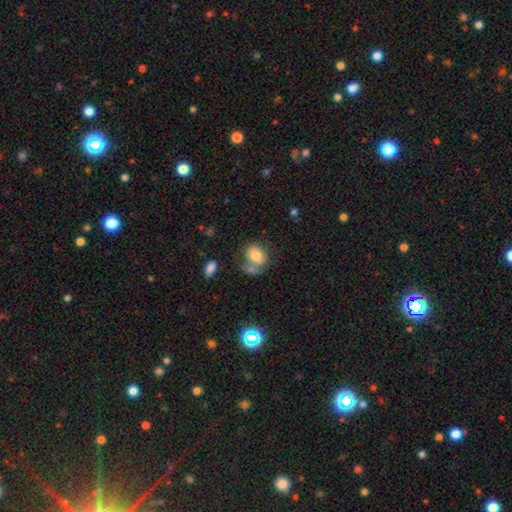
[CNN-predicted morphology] Smooth or featured: smooth — 75% (featured or disk — 16%)
How rounded: in between — 62% (round — 37%)
Merging: none — 42% (merger — 30%)